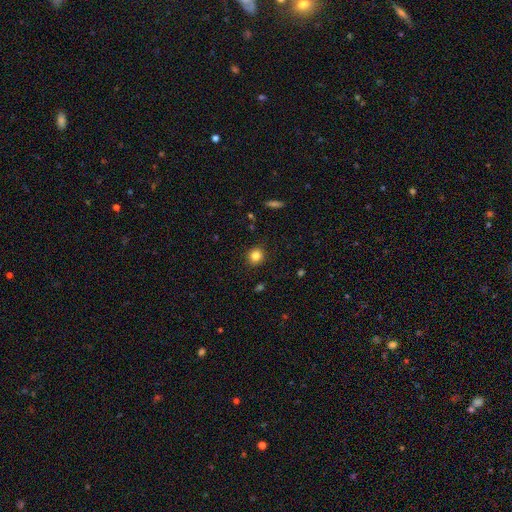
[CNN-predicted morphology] Smooth or featured?
  - smooth: 84% *
  - star or artifact: 11%
  - featured or disk: 5%
How rounded?
  - round: 86% *
  - in between: 13%
  - cigar-shaped: 1%
Merging?
  - none: 90% *
  - minor disturbance: 7%
  - major disturbance: 2%
  - merger: 1%